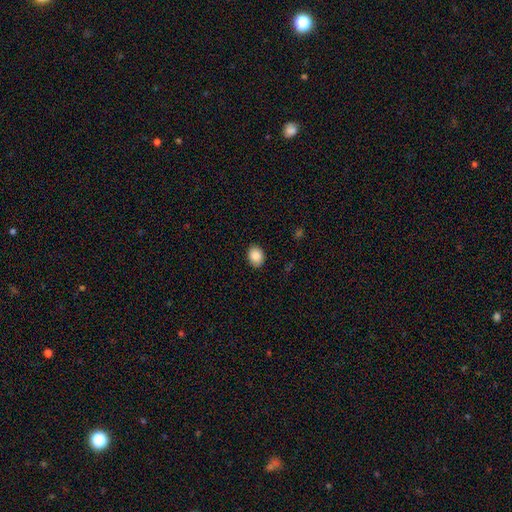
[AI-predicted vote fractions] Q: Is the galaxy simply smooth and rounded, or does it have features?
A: smooth — 89%.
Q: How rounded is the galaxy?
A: in between — 60%.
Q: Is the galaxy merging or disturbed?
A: none — 87%.